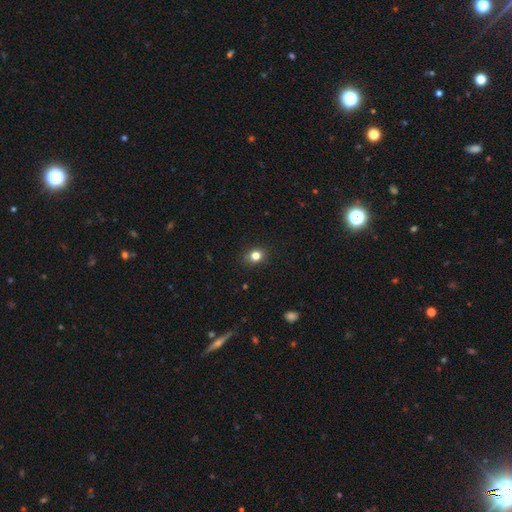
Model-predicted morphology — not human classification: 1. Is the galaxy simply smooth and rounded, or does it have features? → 80% smooth, 13% star or artifact, 6% featured or disk.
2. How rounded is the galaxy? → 63% round, 36% in between, 1% cigar-shaped.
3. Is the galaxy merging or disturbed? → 87% none, 9% minor disturbance, 2% major disturbance, 1% merger.